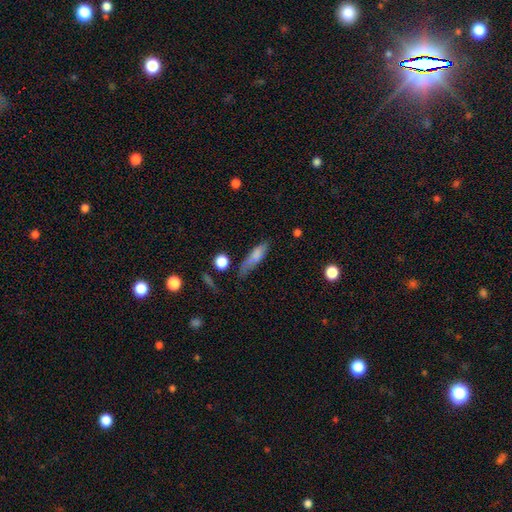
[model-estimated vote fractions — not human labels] Smooth or featured? Predicted: smooth (p=0.72). How rounded? Predicted: cigar-shaped (p=0.56). Merging? Predicted: none (p=0.52).